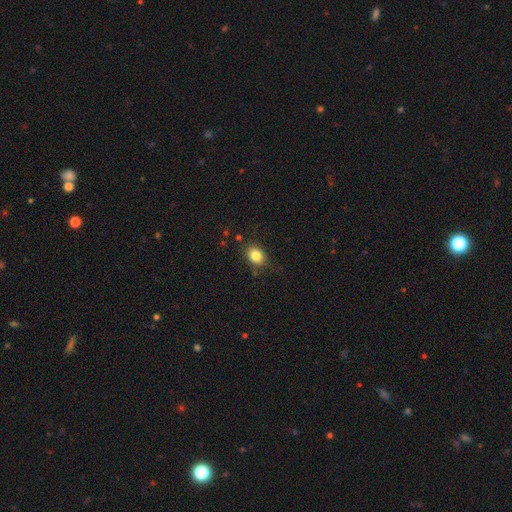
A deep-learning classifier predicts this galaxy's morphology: Smooth or featured?
  - smooth: 83% *
  - star or artifact: 10%
  - featured or disk: 7%
How rounded?
  - in between: 51% *
  - round: 47%
  - cigar-shaped: 1%
Merging?
  - none: 79% *
  - minor disturbance: 15%
  - major disturbance: 4%
  - merger: 2%